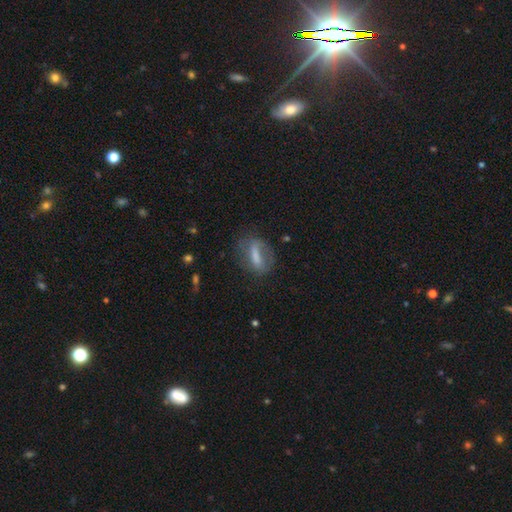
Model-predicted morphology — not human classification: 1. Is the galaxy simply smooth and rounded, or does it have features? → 46% smooth, 42% featured or disk, 12% star or artifact.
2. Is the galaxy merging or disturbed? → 66% none, 19% minor disturbance, 13% major disturbance, 2% merger.